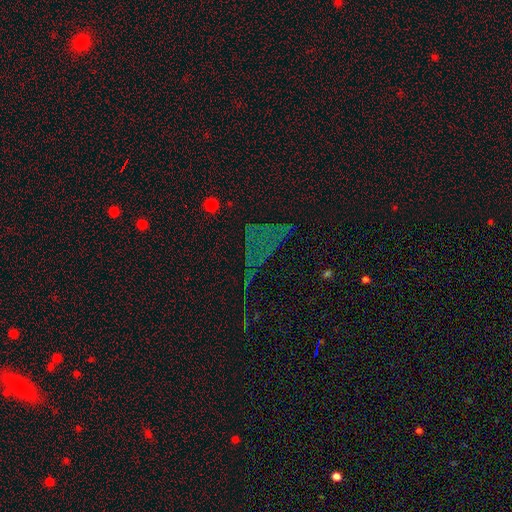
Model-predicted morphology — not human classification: Smooth or featured? star or artifact (62%)